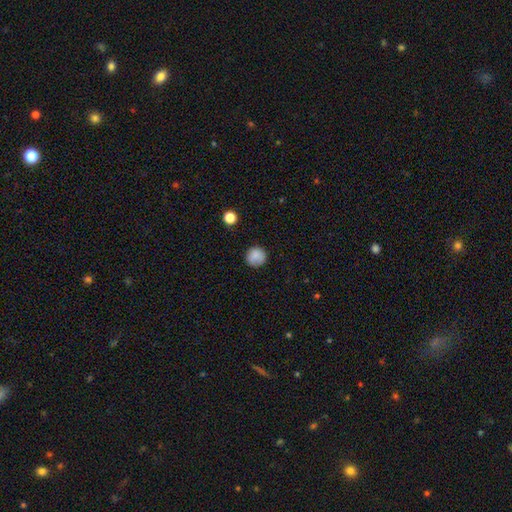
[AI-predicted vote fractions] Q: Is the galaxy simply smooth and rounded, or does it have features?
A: smooth — 86%.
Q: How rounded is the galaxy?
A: round — 93%.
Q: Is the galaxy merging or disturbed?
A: none — 84%.